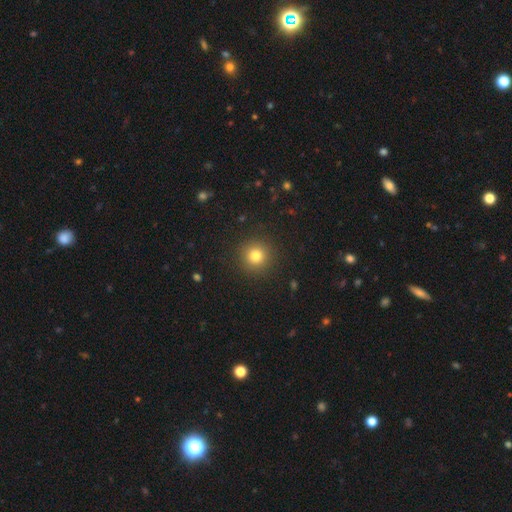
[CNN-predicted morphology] Smooth or featured? Predicted: smooth (p=0.80). How rounded? Predicted: round (p=0.95). Merging? Predicted: none (p=0.91).